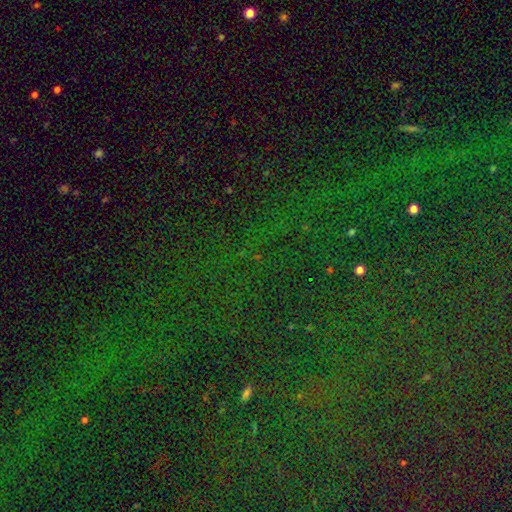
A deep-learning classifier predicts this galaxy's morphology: Smooth or featured?
  - star or artifact: 82% *
  - smooth: 10%
  - featured or disk: 9%